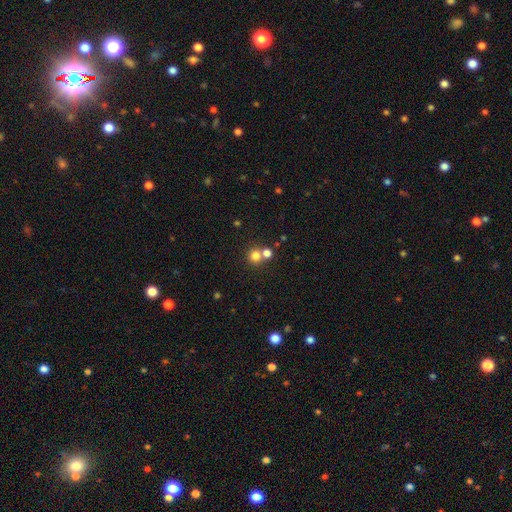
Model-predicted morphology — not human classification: The model was most divided on "merging": none: 54%, merger: 38%, minor disturbance: 6%, major disturbance: 3%. More confident: how rounded — round (89%); smooth or featured — smooth (77%).